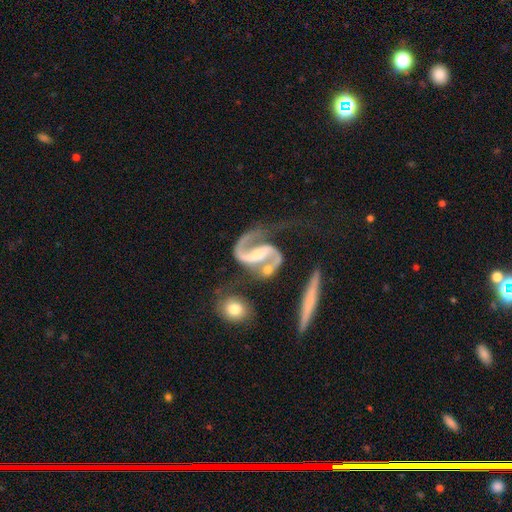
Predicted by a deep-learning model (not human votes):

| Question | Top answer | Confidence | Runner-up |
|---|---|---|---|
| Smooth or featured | featured or disk | 91% | star or artifact (5%) |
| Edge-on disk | no | 96% | yes (4%) |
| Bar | strong | 44% | weak (36%) |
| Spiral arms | yes | 97% | no (3%) |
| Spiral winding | medium | 53% | loose (31%) |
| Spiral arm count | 2 | 90% | 1 (5%) |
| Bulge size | small | 49% | moderate (35%) |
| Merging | none | 48% | major disturbance (20%) |